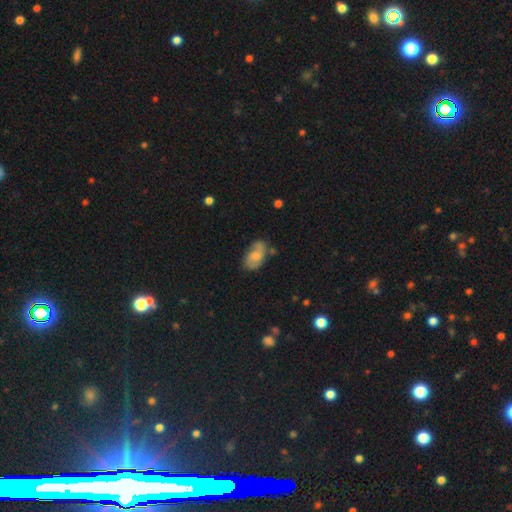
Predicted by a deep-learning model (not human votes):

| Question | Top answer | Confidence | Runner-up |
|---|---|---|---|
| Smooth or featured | smooth | 52% | featured or disk (40%) |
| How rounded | in between | 91% | round (7%) |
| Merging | none | 58% | minor disturbance (27%) |